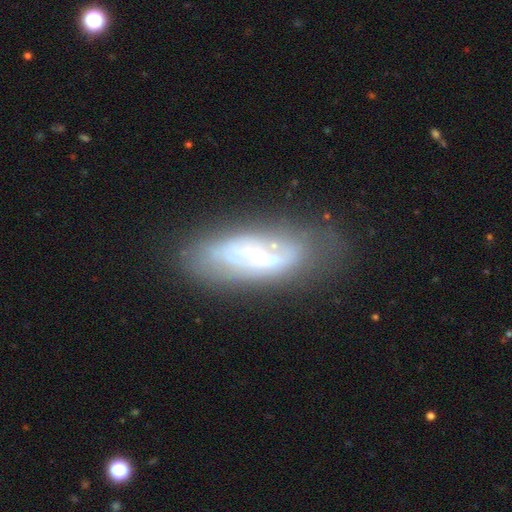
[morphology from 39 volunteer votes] Overall: featured or disk (67%; smooth 28%). Edge-on disk: no (85%). Bar: weak (50%; strong 32%). Spiral arms: yes (50%, tied with no). Spiral arm count: can't tell (73%). Spiral winding: tight (45%, tied with medium). Bulge size: moderate (55%; small 45%). Merging: none (68%).